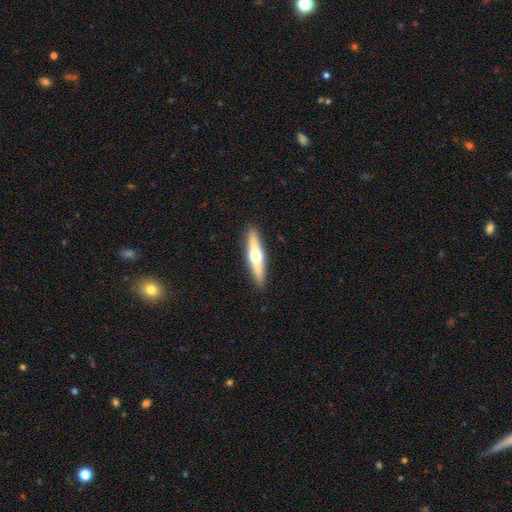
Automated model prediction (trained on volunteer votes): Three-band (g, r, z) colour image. It shows a featured or disk galaxy (56%) viewed edge-on (94%) with a rounded central bulge (95%). Merging: none (91%).